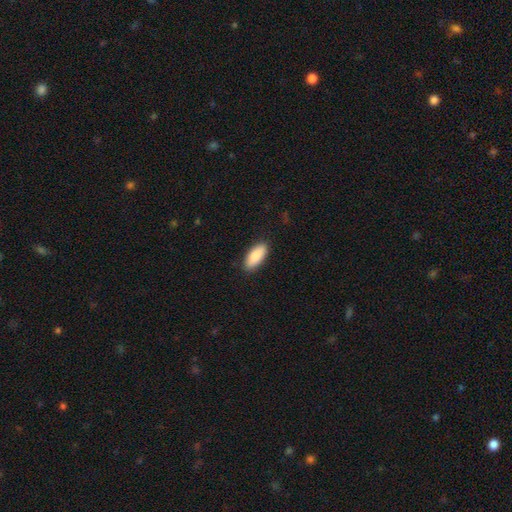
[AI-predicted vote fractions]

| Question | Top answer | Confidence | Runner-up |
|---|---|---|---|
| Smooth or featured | smooth | 89% | star or artifact (6%) |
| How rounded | in between | 85% | cigar-shaped (13%) |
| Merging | none | 89% | minor disturbance (8%) |